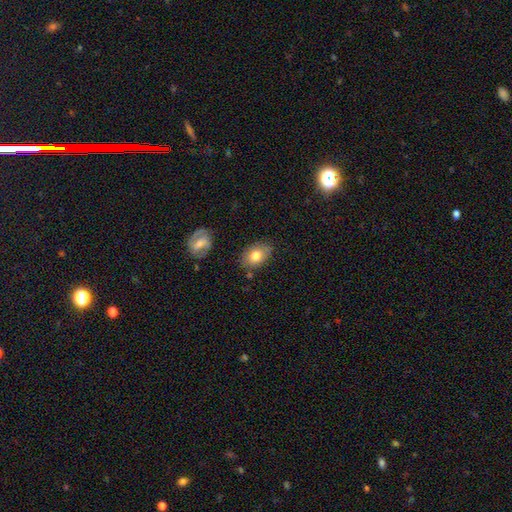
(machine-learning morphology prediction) Smooth or featured: smooth — 77% (featured or disk — 17%)
How rounded: in between — 84% (round — 15%)
Merging: none — 78% (minor disturbance — 16%)